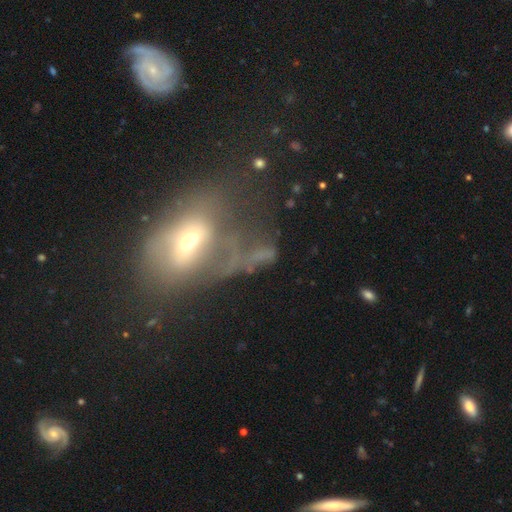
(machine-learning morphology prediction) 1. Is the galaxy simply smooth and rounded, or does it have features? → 43% featured or disk, 39% smooth, 18% star or artifact.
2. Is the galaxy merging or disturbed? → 48% major disturbance, 21% none, 16% merger, 15% minor disturbance.